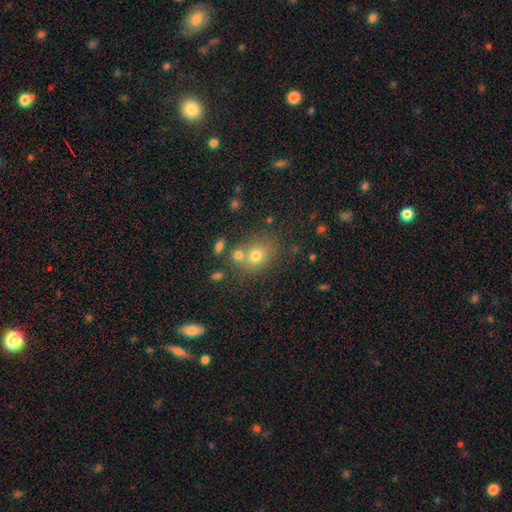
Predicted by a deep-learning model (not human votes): A smooth galaxy with no disk features (70%) that is round (60%). Merging: none (58%).